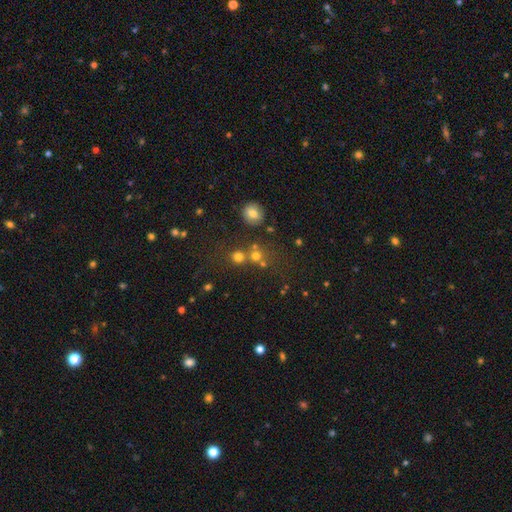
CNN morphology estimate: Smooth or featured: smooth — 66% (star or artifact — 23%)
How rounded: round — 87% (in between — 11%)
Merging: none — 60% (merger — 28%)